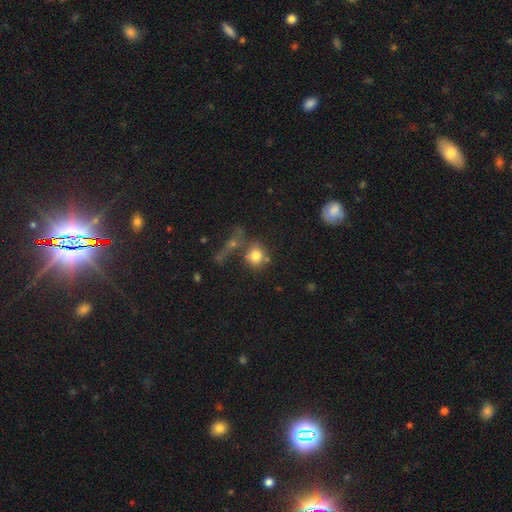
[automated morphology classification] smooth-or-featured: smooth: 76% | star or artifact: 12% | featured or disk: 12%
  how-rounded: round: 78% | in between: 20% | cigar-shaped: 2%
  merging: none: 52% | merger: 25% | minor disturbance: 13% | major disturbance: 10%